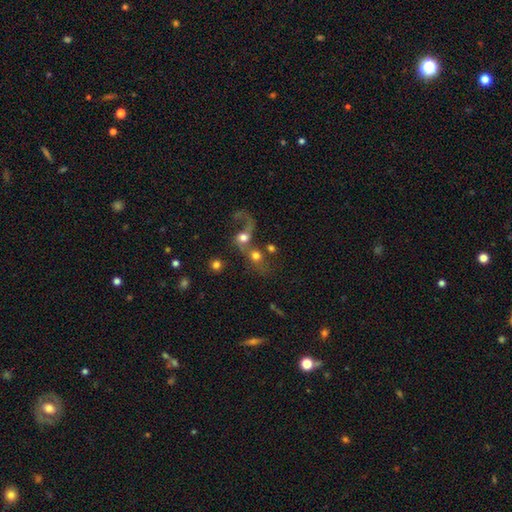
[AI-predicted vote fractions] smooth-or-featured: smooth: 54% | featured or disk: 31% | star or artifact: 15%
  how-rounded: round: 71% | in between: 27% | cigar-shaped: 2%
  merging: merger: 68% | none: 14% | major disturbance: 13% | minor disturbance: 5%